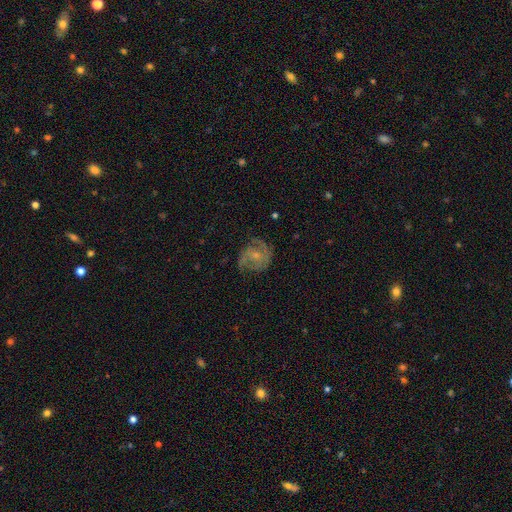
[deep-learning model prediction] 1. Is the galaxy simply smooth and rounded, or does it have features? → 72% featured or disk, 21% smooth, 8% star or artifact.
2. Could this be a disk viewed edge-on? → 98% no, 2% yes.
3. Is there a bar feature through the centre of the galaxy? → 61% no, 32% weak, 6% strong.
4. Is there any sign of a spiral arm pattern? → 88% yes, 12% no.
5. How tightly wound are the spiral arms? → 48% medium, 33% tight, 20% loose.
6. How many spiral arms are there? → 52% 2, 20% can't tell, 15% 3, 5% 1, 4% 4, 3% more than 4.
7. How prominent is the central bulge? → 66% small, 27% moderate, 4% none, 1% large, 1% dominant.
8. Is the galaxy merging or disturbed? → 64% none, 22% minor disturbance, 12% major disturbance, 1% merger.